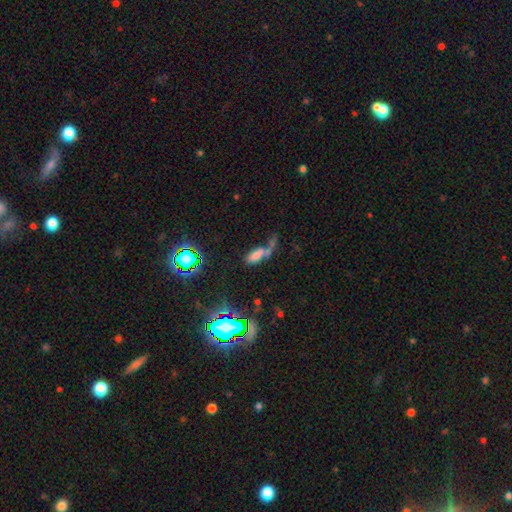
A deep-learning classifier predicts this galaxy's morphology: Smooth or featured: smooth — 64% (star or artifact — 21%)
How rounded: in between — 80% (cigar-shaped — 14%)
Merging: merger — 40% (none — 29%)